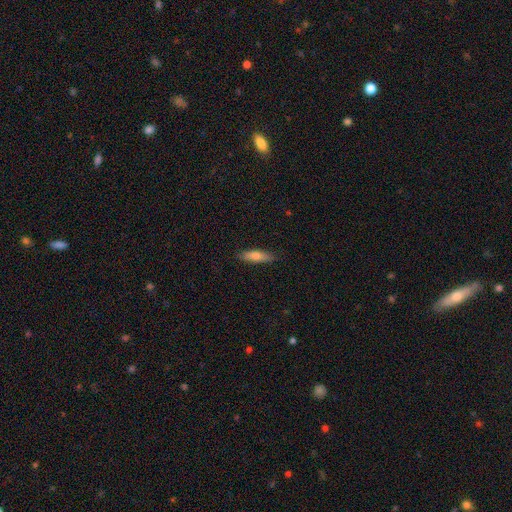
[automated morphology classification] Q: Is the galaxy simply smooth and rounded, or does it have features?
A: smooth — 68%.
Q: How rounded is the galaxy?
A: cigar-shaped — 67%.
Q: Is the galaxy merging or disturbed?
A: none — 86%.